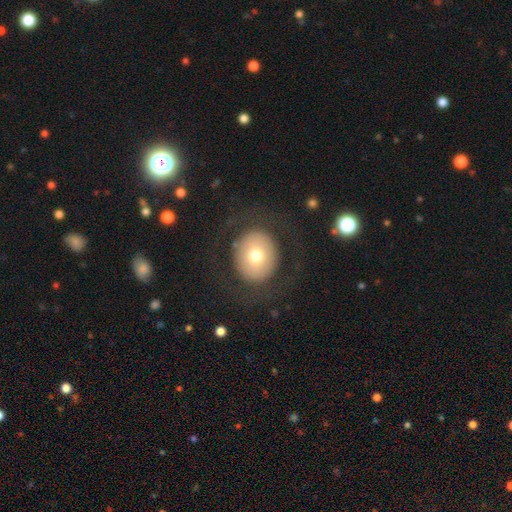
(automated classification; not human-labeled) Q: Smooth or featured?
A: smooth (65%); runner-up: featured or disk (26%)
Q: How rounded?
A: round (82%); runner-up: in between (17%)
Q: Merging?
A: none (82%); runner-up: major disturbance (8%)